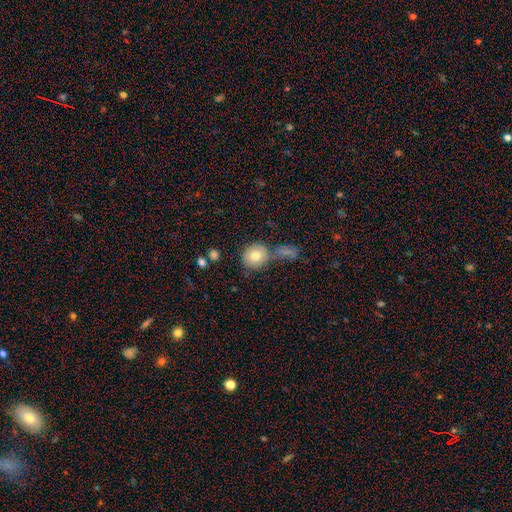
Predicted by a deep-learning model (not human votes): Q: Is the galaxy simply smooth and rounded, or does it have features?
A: smooth — 78%.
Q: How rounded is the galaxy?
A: round — 80%.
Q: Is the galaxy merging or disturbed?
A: none — 60%.